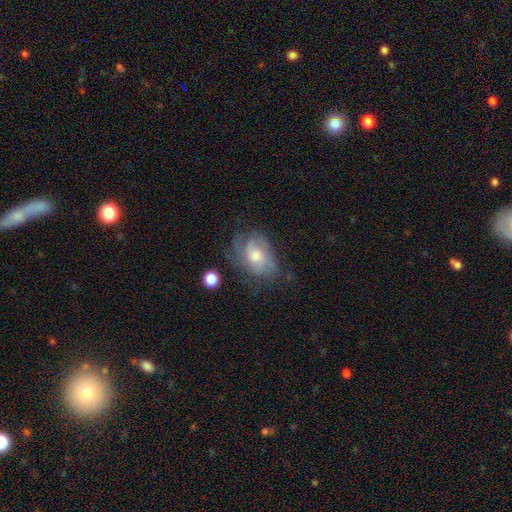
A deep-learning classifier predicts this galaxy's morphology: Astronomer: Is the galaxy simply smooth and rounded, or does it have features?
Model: featured or disk — 63%.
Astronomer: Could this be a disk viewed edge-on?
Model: no — 96%.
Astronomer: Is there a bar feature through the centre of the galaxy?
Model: no — 74%.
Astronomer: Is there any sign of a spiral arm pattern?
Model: yes — 83%.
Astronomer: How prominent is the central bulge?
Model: moderate — 63%.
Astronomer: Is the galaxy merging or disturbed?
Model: none — 57%.